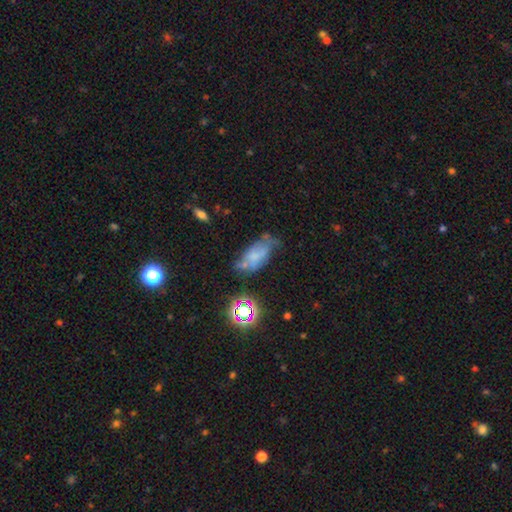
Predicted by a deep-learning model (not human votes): Smooth or featured? smooth (51%)
How rounded? in between (87%)
Merging? none (36%)